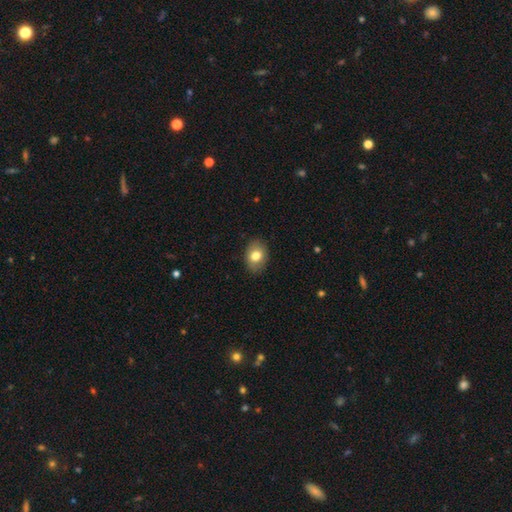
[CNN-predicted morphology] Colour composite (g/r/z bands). It shows a smooth galaxy with no disk features (79%) that is in between round and cigar-shaped (70%). Merging: none (87%).